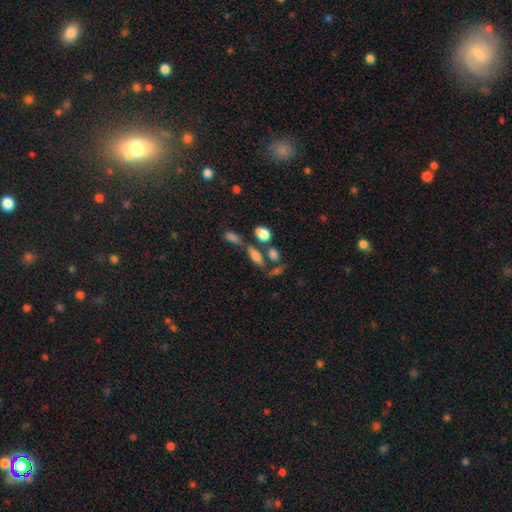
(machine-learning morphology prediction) A smooth galaxy with no disk features (64%) that is in between round and cigar-shaped (66%). Merging: none (54%).